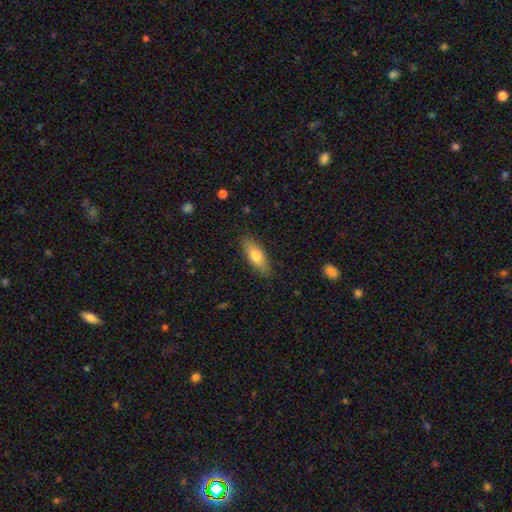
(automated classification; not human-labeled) This is likely a smooth galaxy (71%). How rounded: likely in between (66%). Merging: clearly none (86%).